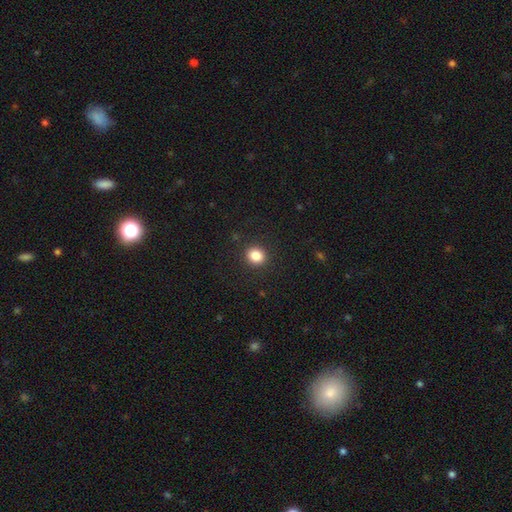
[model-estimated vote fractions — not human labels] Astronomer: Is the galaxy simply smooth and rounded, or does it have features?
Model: smooth — 85%.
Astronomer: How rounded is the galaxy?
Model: round — 73%.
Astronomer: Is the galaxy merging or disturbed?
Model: none — 90%.